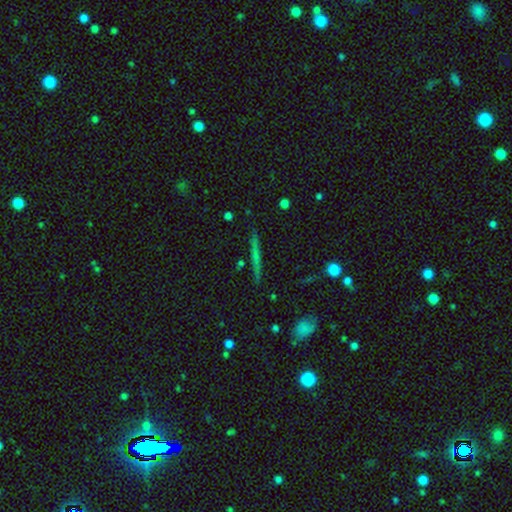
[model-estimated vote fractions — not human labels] The model was most divided on "smooth or featured": featured or disk: 51%, smooth: 37%, star or artifact: 12%. More confident: edge-on disk — yes (96%); merging — none (90%).